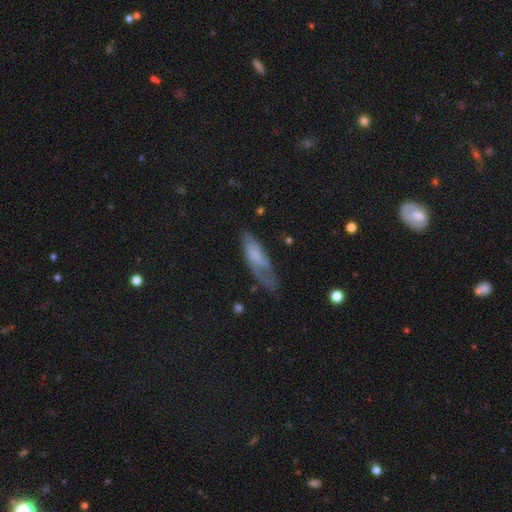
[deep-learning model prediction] smooth 56%, featured or disk 36%, star or artifact 9%. Down the decision tree: how rounded — in between (50%); merging — none (44%).